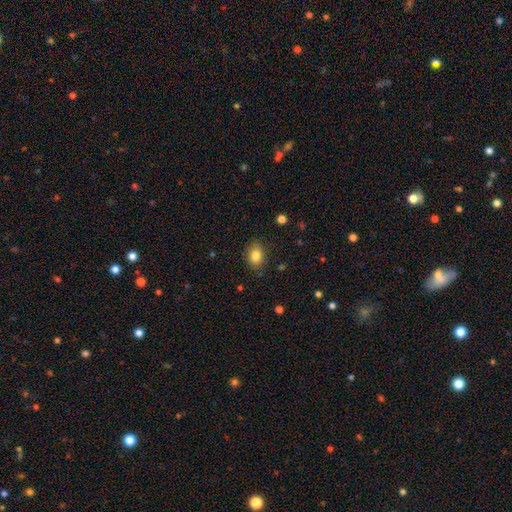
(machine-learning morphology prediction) This appears to be a smooth galaxy with no disk features (84%) that is in between round and cigar-shaped (75%). Merging: none (85%).